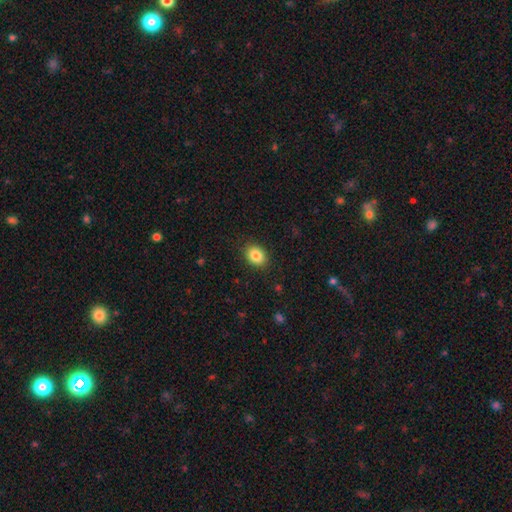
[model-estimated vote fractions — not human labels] This is clearly a smooth galaxy (85%). How rounded: possibly in between (57%). Merging: clearly none (88%).